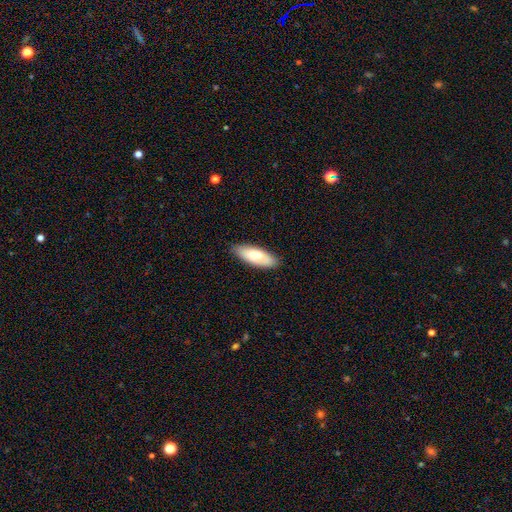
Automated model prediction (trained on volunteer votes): Smooth or featured? smooth (75%)
How rounded? in between (70%)
Merging? none (85%)